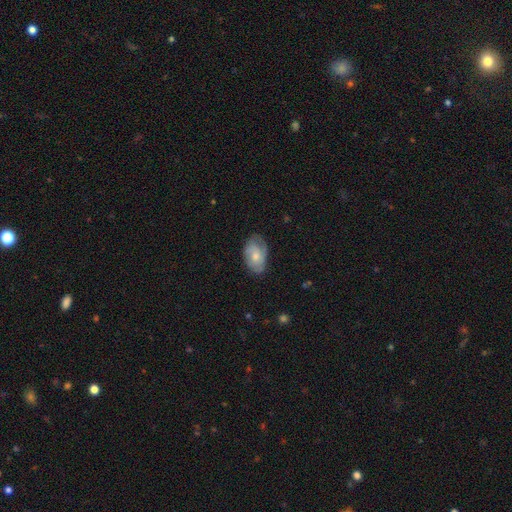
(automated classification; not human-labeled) This appears to be a smooth galaxy with no disk features (56%) that is in between round and cigar-shaped (90%). Merging: none (63%).